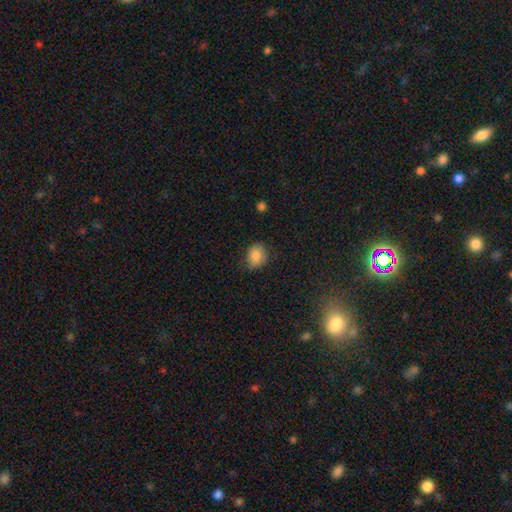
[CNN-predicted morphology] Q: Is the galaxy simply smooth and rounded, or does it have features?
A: smooth — 83%.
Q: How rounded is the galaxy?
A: in between — 53%.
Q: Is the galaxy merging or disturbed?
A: none — 74%.